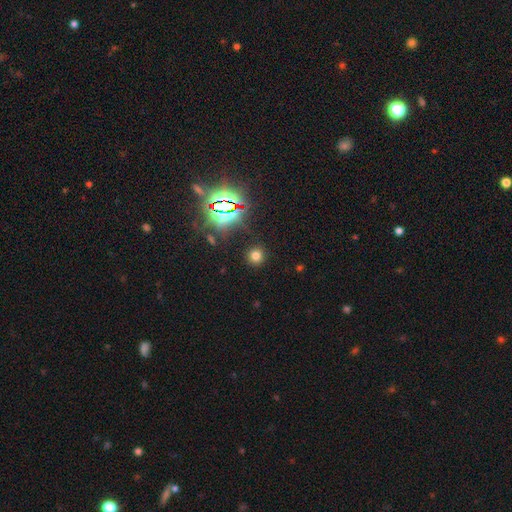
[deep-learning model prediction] Smooth or featured?
  - smooth: 67% *
  - star or artifact: 26%
  - featured or disk: 7%
How rounded?
  - round: 91% *
  - in between: 8%
  - cigar-shaped: 1%
Merging?
  - none: 89% *
  - minor disturbance: 6%
  - major disturbance: 3%
  - merger: 2%